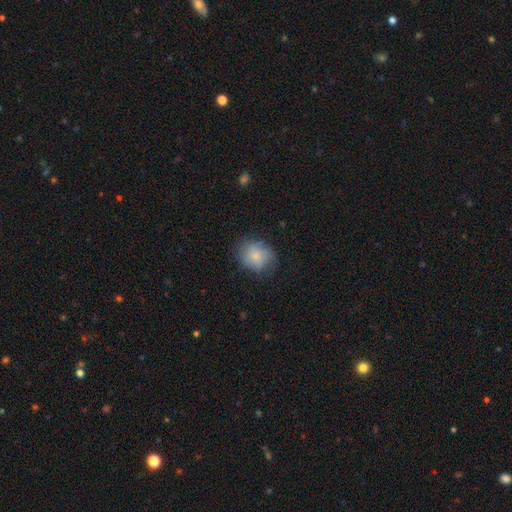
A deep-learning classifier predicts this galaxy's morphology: A smooth galaxy with no disk features (79%) that is round (68%).

Vote fractions:
- Smooth or featured? smooth: 79% / featured or disk: 13% / star or artifact: 8%
- How rounded? round: 68% / in between: 31% / cigar-shaped: 1%
- Merging? none: 69% / minor disturbance: 23% / major disturbance: 7% / merger: 1%